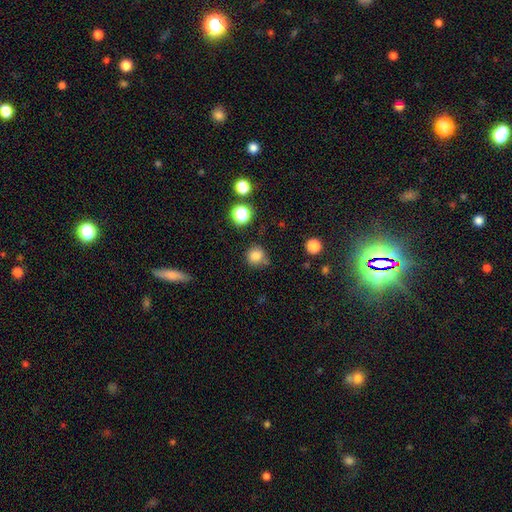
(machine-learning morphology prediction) A smooth galaxy with no disk features (81%) that is round (91%).

Vote fractions:
- Smooth or featured? smooth: 81% / star or artifact: 13% / featured or disk: 6%
- How rounded? round: 91% / in between: 8% / cigar-shaped: 1%
- Merging? none: 72% / minor disturbance: 17% / merger: 6% / major disturbance: 5%